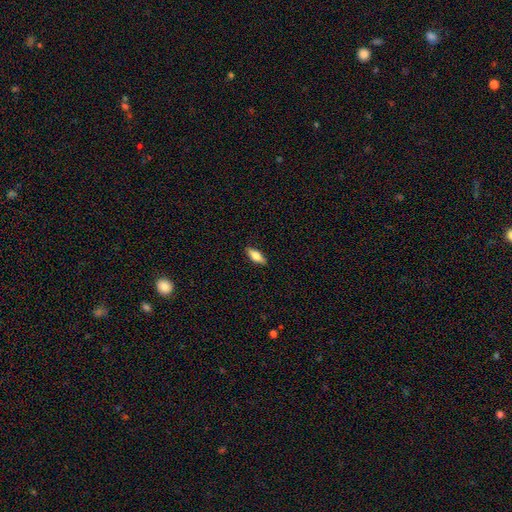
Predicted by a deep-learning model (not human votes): A smooth galaxy with no disk features (73%) that is in between round and cigar-shaped (73%).

Vote fractions:
- Smooth or featured? smooth: 73% / featured or disk: 21% / star or artifact: 6%
- How rounded? in between: 73% / cigar-shaped: 24% / round: 3%
- Merging? none: 88% / minor disturbance: 9% / major disturbance: 2% / merger: 1%